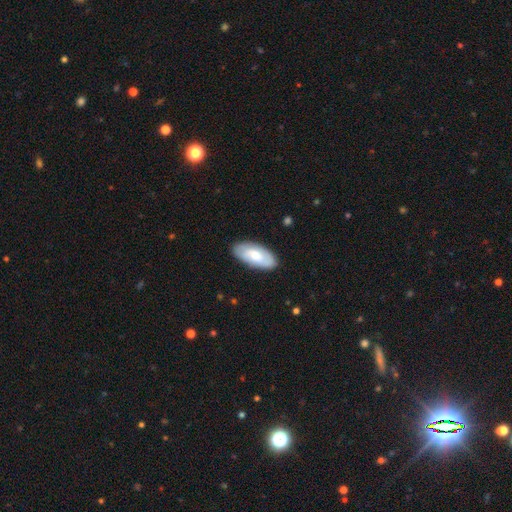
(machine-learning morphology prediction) smooth-or-featured: smooth: 57% | featured or disk: 38% | star or artifact: 5%
  how-rounded: in between: 90% | cigar-shaped: 7% | round: 2%
  merging: none: 85% | minor disturbance: 12% | major disturbance: 3% | merger: 1%